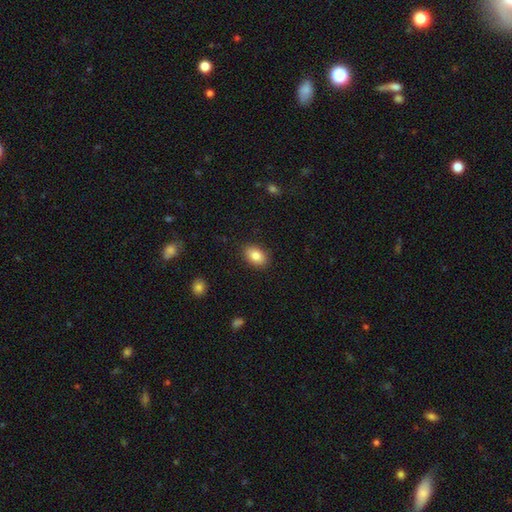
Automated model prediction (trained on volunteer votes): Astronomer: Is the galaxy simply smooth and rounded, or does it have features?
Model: smooth — 84%.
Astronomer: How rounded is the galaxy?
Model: in between — 87%.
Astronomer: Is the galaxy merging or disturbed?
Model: none — 88%.